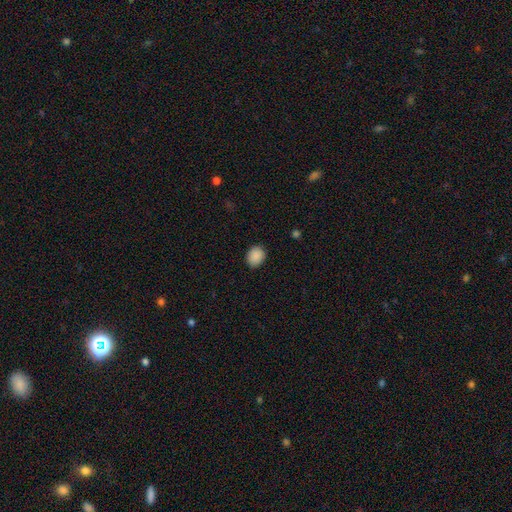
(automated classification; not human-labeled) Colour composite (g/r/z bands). It shows a smooth galaxy with no disk features (89%) that is in between round and cigar-shaped (53%). Merging: none (88%).